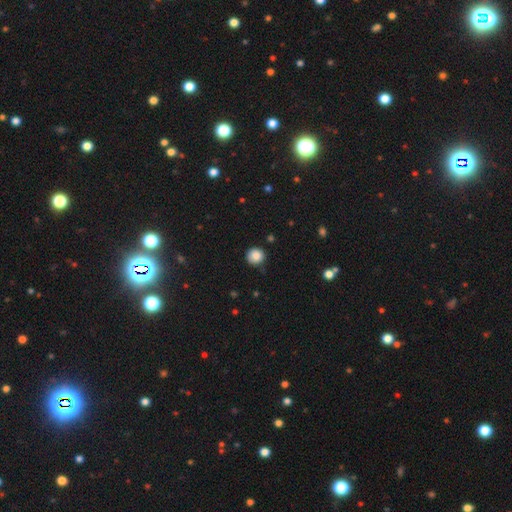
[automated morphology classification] The model was most divided on "merging": none: 85%, minor disturbance: 11%, major disturbance: 2%, merger: 2%. More confident: how rounded — round (92%); smooth or featured — smooth (86%).